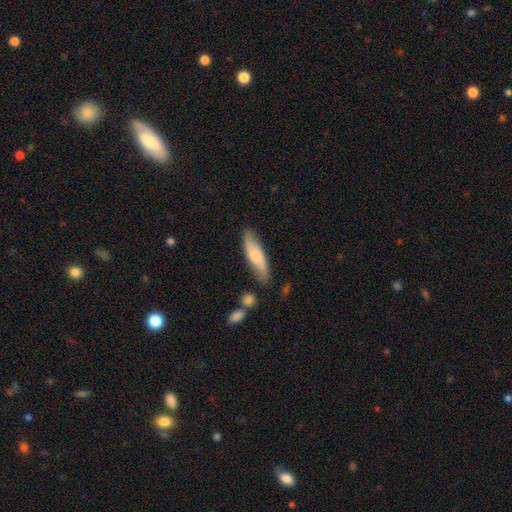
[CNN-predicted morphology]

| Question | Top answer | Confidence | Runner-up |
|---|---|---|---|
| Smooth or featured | smooth | 64% | featured or disk (30%) |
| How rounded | cigar-shaped | 66% | in between (32%) |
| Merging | none | 78% | minor disturbance (16%) |